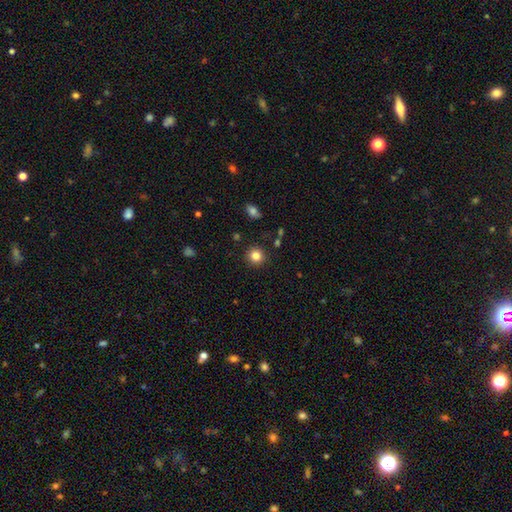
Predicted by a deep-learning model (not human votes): The model was most divided on "smooth or featured": smooth: 83%, star or artifact: 11%, featured or disk: 6%. More confident: how rounded — round (92%); merging — none (90%).